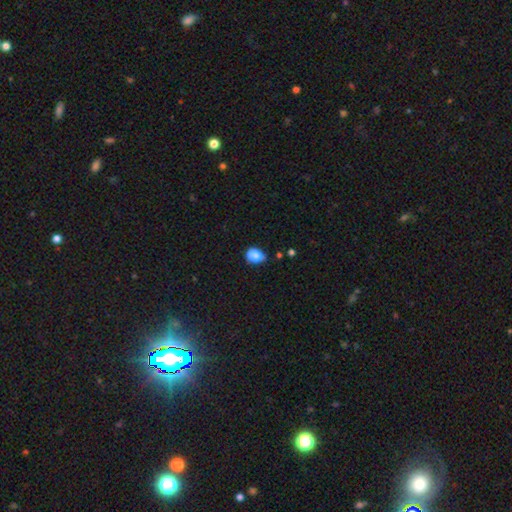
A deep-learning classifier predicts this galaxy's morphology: The model was most divided on "merging": none: 49%, minor disturbance: 38%, major disturbance: 8%, merger: 5%. More confident: smooth or featured — smooth (80%); how rounded — in between (66%).